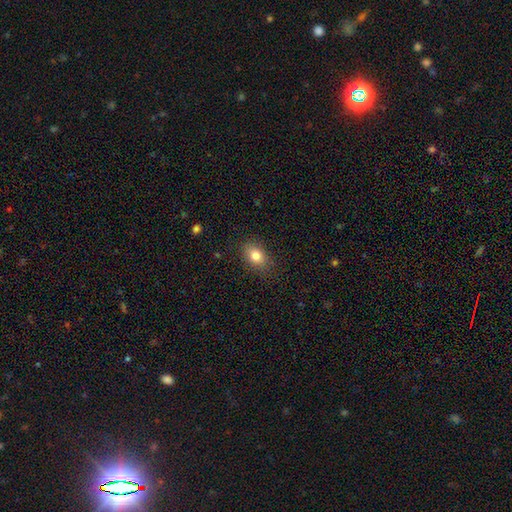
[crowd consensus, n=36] A smooth galaxy with no disk features (92%) that is in between round and cigar-shaped (73%). Merging: none (71%).